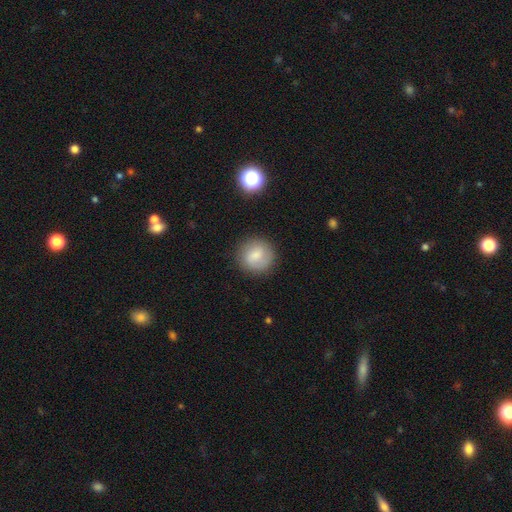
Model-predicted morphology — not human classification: Smooth or featured?
  - smooth: 74% *
  - featured or disk: 18%
  - star or artifact: 8%
How rounded?
  - round: 91% *
  - in between: 8%
  - cigar-shaped: 1%
Merging?
  - none: 85% *
  - minor disturbance: 10%
  - major disturbance: 3%
  - merger: 2%